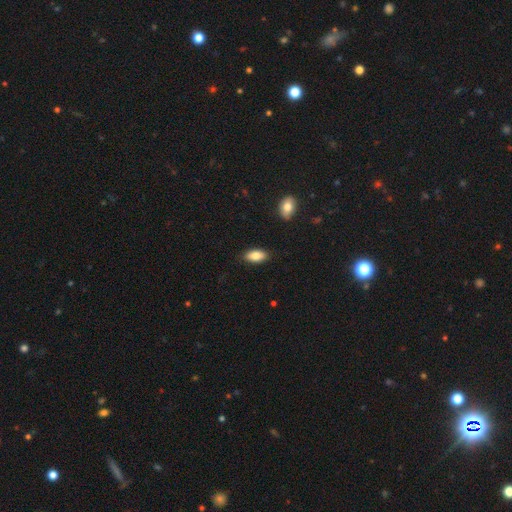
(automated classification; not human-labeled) Smooth or featured?
  - smooth: 83% *
  - featured or disk: 10%
  - star or artifact: 7%
How rounded?
  - in between: 91% *
  - cigar-shaped: 6%
  - round: 3%
Merging?
  - none: 87% *
  - minor disturbance: 10%
  - major disturbance: 2%
  - merger: 1%